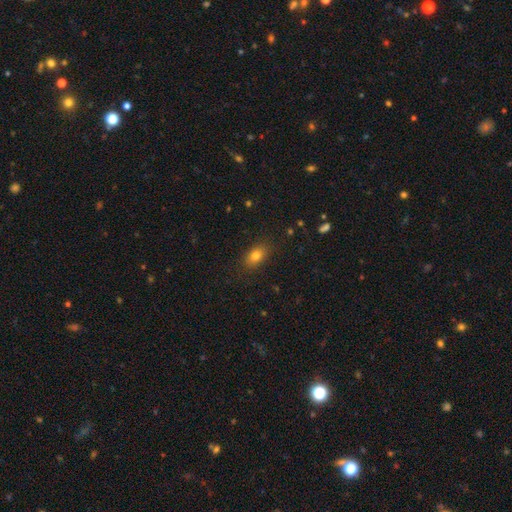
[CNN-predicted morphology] Smooth or featured: smooth — 81% (star or artifact — 11%)
How rounded: in between — 83% (round — 14%)
Merging: none — 86% (minor disturbance — 10%)